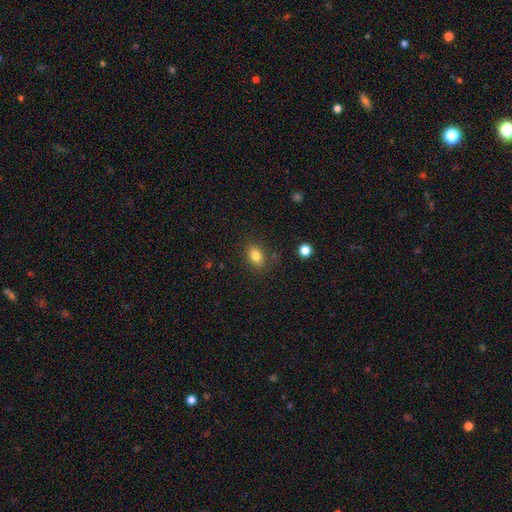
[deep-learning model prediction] A smooth galaxy with no disk features (82%) that is in between round and cigar-shaped (75%). Merging: none (82%).